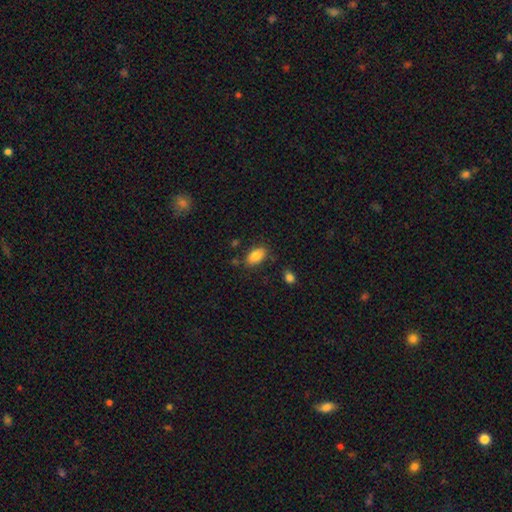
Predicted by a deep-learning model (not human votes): smooth-or-featured: smooth: 84% | star or artifact: 8% | featured or disk: 7%
  how-rounded: in between: 90% | round: 7% | cigar-shaped: 3%
  merging: none: 78% | minor disturbance: 14% | merger: 4% | major disturbance: 4%